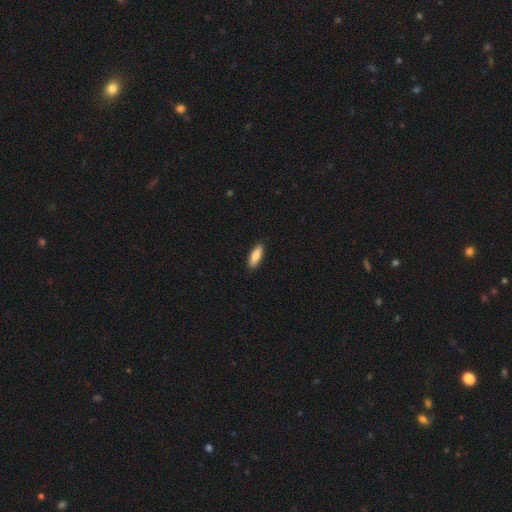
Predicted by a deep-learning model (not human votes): A smooth galaxy with no disk features (85%) that is in between round and cigar-shaped (63%). Merging: none (90%).